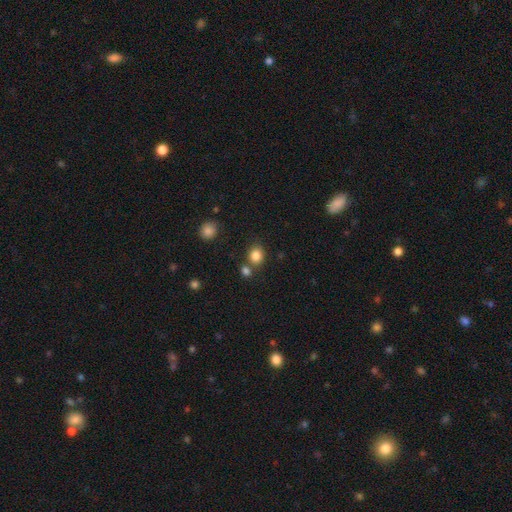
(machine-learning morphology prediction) Overall: smooth (84%). How rounded: round (72%). Merging: none (69%).